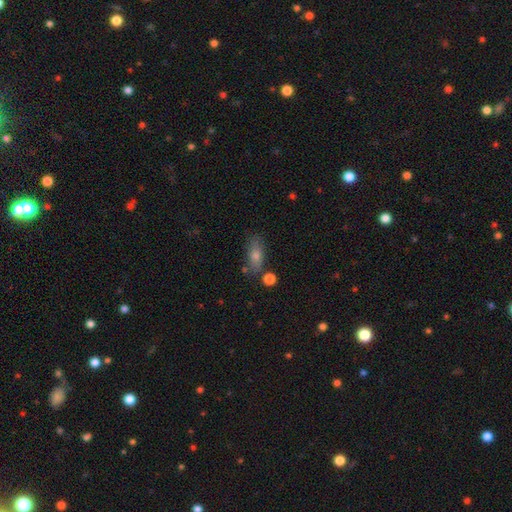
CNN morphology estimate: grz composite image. It shows a smooth galaxy with no disk features (68%) that is in between round and cigar-shaped (70%). Merging: none (71%).